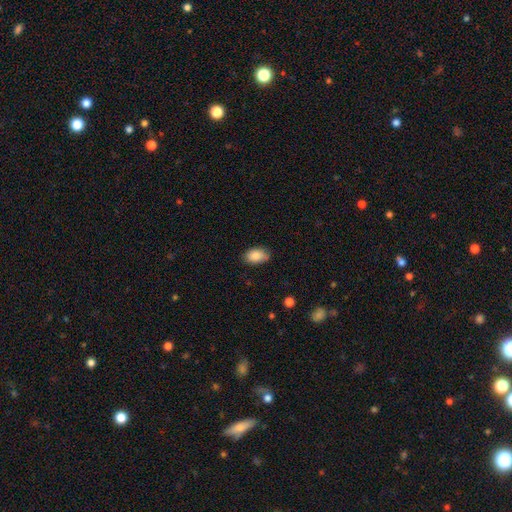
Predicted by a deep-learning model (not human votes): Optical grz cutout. It shows a smooth galaxy with no disk features (87%) that is in between round and cigar-shaped (91%). Merging: none (76%).